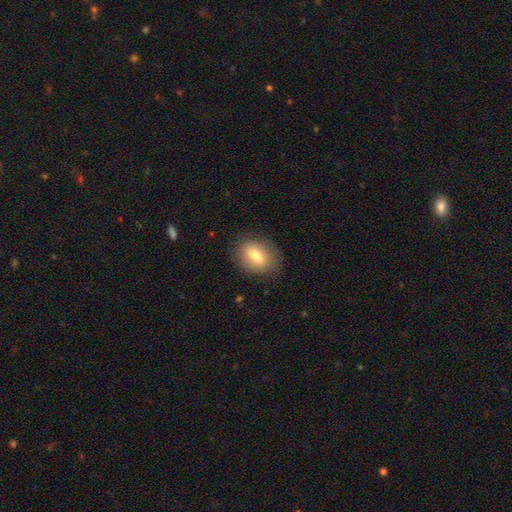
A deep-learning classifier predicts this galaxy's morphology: smooth-or-featured: smooth: 73% | featured or disk: 18% | star or artifact: 9%
  how-rounded: in between: 64% | round: 35% | cigar-shaped: 1%
  merging: none: 83% | minor disturbance: 12% | major disturbance: 4% | merger: 1%